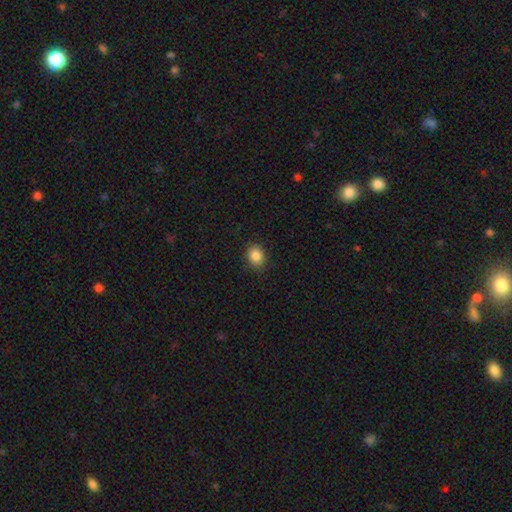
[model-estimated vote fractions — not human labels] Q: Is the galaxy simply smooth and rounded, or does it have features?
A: smooth — 86%.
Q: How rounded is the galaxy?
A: in between — 55%.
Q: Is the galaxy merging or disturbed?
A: none — 87%.